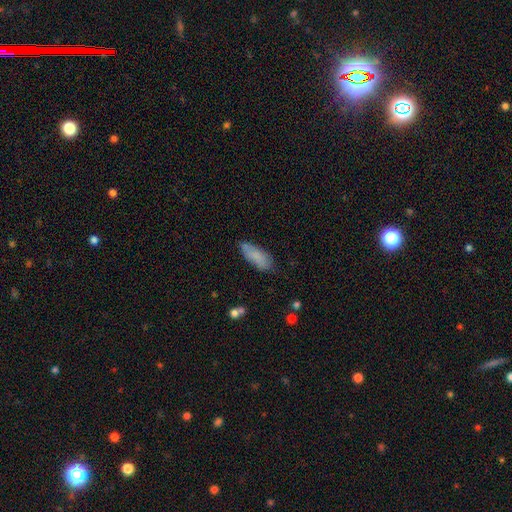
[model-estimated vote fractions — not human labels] Q: Smooth or featured?
A: smooth (80%); runner-up: featured or disk (13%)
Q: How rounded?
A: in between (73%); runner-up: cigar-shaped (25%)
Q: Merging?
A: none (71%); runner-up: minor disturbance (21%)